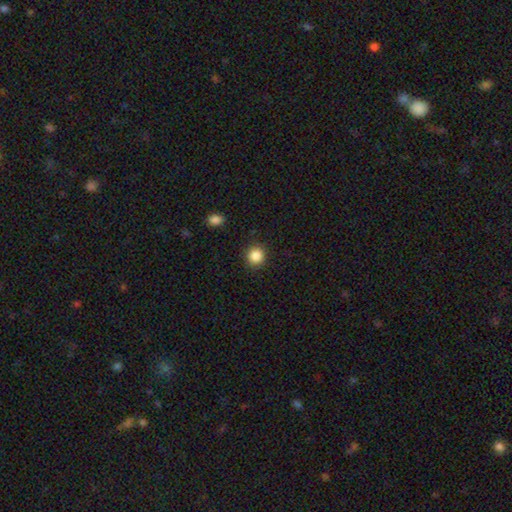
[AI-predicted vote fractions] smooth 86%, star or artifact 10%, featured or disk 4%. Down the decision tree: how rounded — round (91%); merging — none (91%).